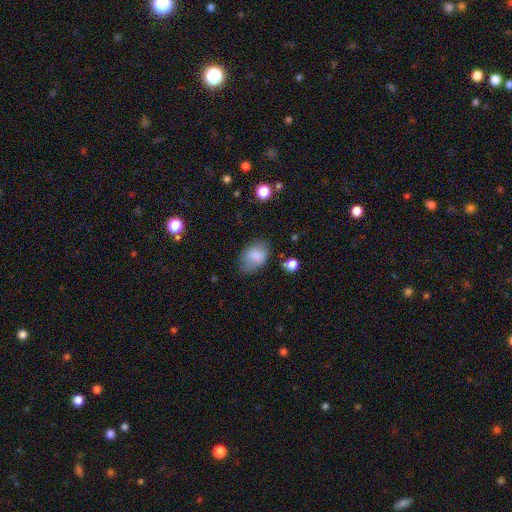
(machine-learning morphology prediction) This is clearly a smooth galaxy (81%). How rounded: clearly in between (82%). Merging: likely none (67%).